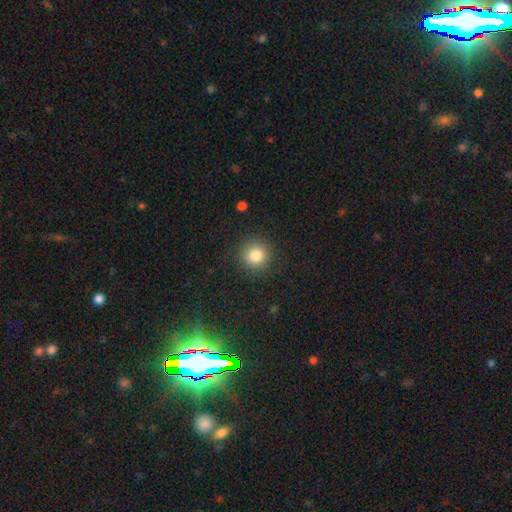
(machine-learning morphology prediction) type=smooth (83%); roundness=round (93%); merging=none (89%).